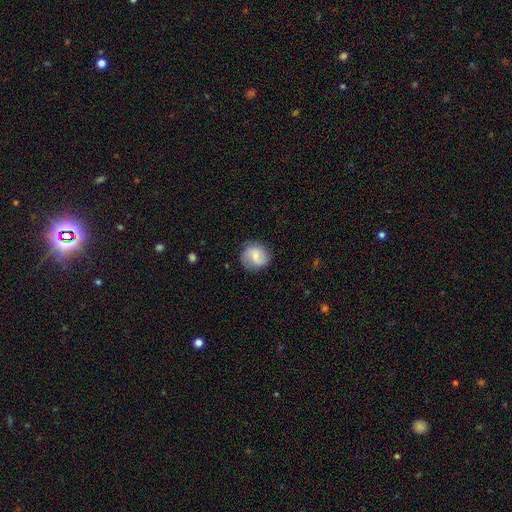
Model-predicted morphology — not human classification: smooth 62%, featured or disk 30%, star or artifact 8%. Down the decision tree: how rounded — round (84%); merging — none (78%).